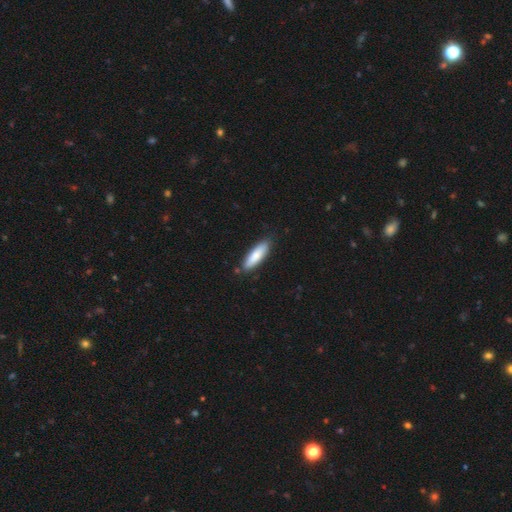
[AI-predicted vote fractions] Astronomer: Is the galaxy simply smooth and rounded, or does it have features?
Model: smooth — 82%.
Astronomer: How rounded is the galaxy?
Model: cigar-shaped — 59% (runner-up: in between, 40%).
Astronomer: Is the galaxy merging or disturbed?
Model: none — 84%.